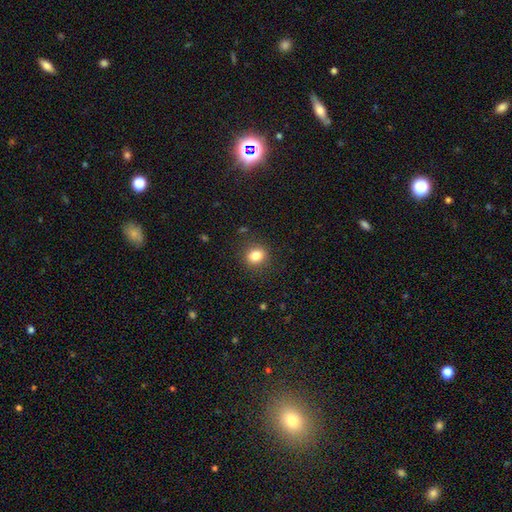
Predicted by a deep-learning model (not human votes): A smooth galaxy with no disk features (82%) that is round (70%).

Vote fractions:
- Smooth or featured? smooth: 82% / star or artifact: 12% / featured or disk: 6%
- How rounded? round: 70% / in between: 29% / cigar-shaped: 1%
- Merging? none: 89% / minor disturbance: 8% / major disturbance: 3% / merger: 1%